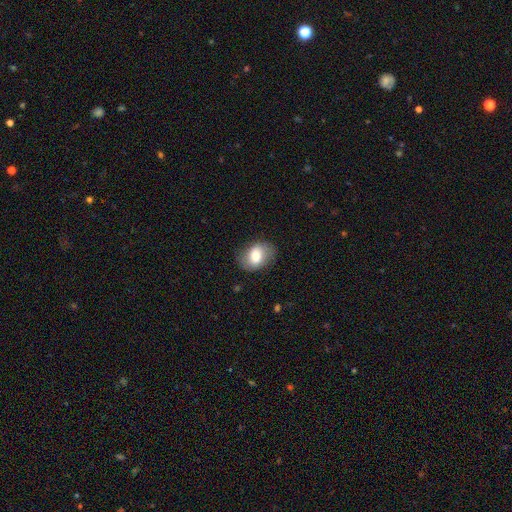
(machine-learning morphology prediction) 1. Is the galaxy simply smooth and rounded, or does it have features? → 70% smooth, 22% featured or disk, 8% star or artifact.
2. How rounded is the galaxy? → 69% in between, 30% round, 1% cigar-shaped.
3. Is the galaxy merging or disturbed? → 78% none, 16% minor disturbance, 5% major disturbance, 1% merger.